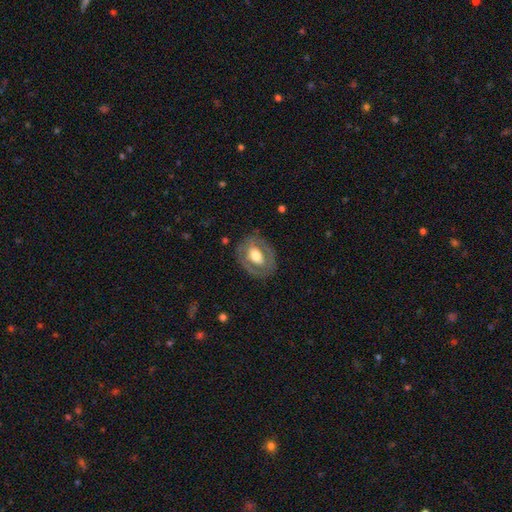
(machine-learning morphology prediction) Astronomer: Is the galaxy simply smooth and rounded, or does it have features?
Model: featured or disk — 55% (runner-up: smooth, 39%).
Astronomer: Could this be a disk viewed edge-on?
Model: no — 93%.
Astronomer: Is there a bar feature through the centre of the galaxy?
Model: no — 62%.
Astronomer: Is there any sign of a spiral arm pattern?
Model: no — 76%.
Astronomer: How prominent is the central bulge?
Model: moderate — 55% (runner-up: large, 35%).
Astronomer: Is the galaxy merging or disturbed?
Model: none — 75%.